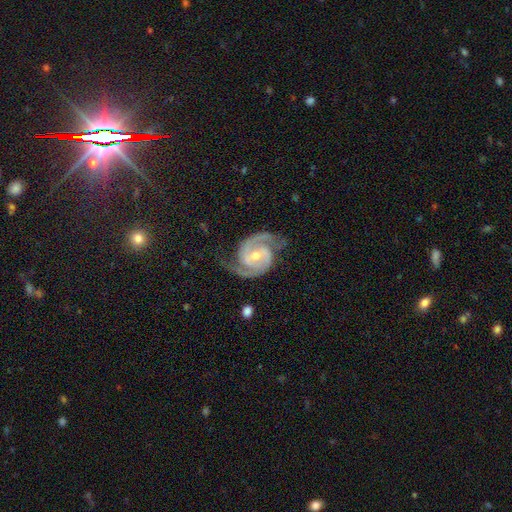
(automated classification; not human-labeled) Q: Smooth or featured?
A: featured or disk (93%); runner-up: star or artifact (4%)
Q: Edge-on disk?
A: no (98%); runner-up: yes (2%)
Q: Bar?
A: weak (45%); runner-up: no (38%)
Q: Spiral arms?
A: yes (99%); runner-up: no (1%)
Q: Spiral winding?
A: medium (53%); runner-up: tight (37%)
Q: Spiral arm count?
A: 2 (93%); runner-up: 3 (2%)
Q: Bulge size?
A: moderate (54%); runner-up: small (42%)
Q: Merging?
A: none (77%); runner-up: minor disturbance (16%)